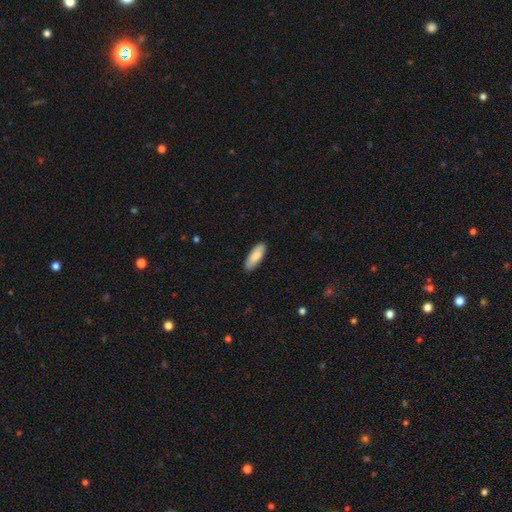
smooth-or-featured: smooth: 80% | star or artifact: 12% | featured or disk: 8%
  how-rounded: in between: 59% | cigar-shaped: 41% | round: 0%
  merging: none: 91% | minor disturbance: 9% | major disturbance: 0% | merger: 0%